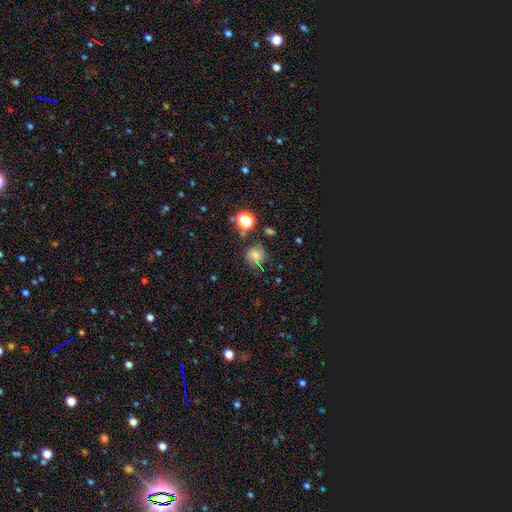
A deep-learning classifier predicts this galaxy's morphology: This is possibly a smooth galaxy (58%). How rounded: clearly round (81%). Merging: likely none (64%).